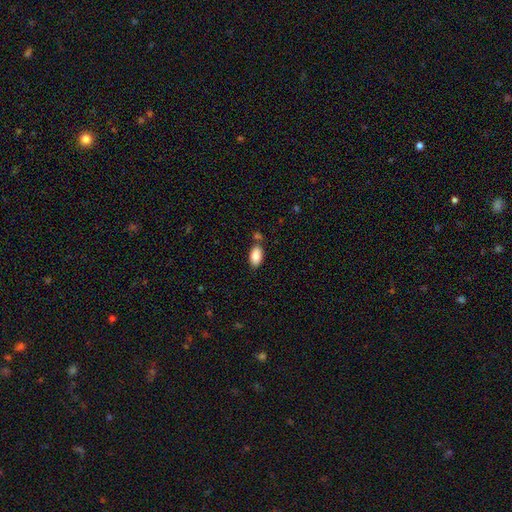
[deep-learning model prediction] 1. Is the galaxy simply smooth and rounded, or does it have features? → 88% smooth, 7% star or artifact, 5% featured or disk.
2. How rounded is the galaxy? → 93% in between, 3% cigar-shaped, 3% round.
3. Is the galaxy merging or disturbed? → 70% none, 14% minor disturbance, 12% merger, 4% major disturbance.